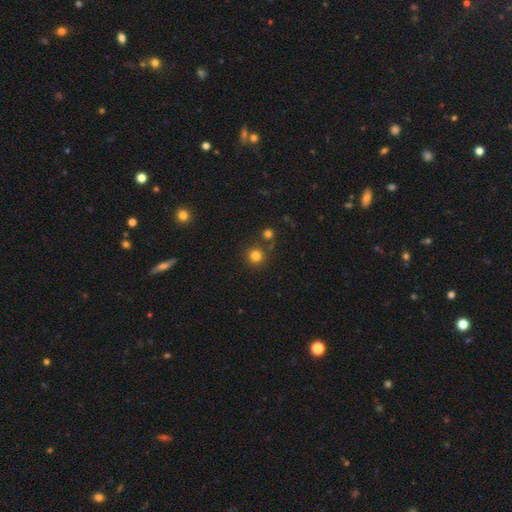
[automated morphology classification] smooth_or_featured: smooth (p=0.80) [alt: star or artifact p=0.14]
how_rounded: round (p=0.95) [alt: in between p=0.05]
merging: none (p=0.79) [alt: merger p=0.11]